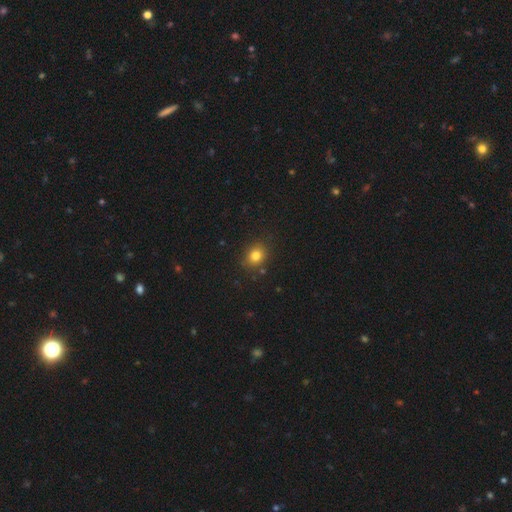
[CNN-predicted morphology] Overall: smooth (80%). How rounded: round (64%; in between 35%). Merging: none (85%).